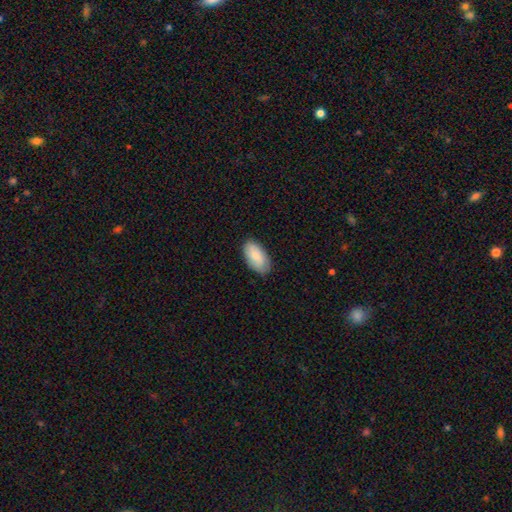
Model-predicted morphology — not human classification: Q: Smooth or featured?
A: smooth (85%); runner-up: featured or disk (9%)
Q: How rounded?
A: in between (95%); runner-up: cigar-shaped (2%)
Q: Merging?
A: none (84%); runner-up: minor disturbance (13%)